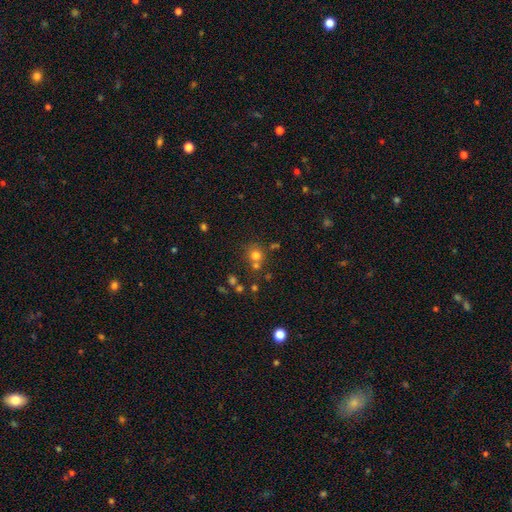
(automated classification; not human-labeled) smooth-or-featured: smooth: 71% | star or artifact: 17% | featured or disk: 11%
  how-rounded: round: 87% | in between: 12% | cigar-shaped: 1%
  merging: none: 57% | merger: 29% | minor disturbance: 9% | major disturbance: 4%